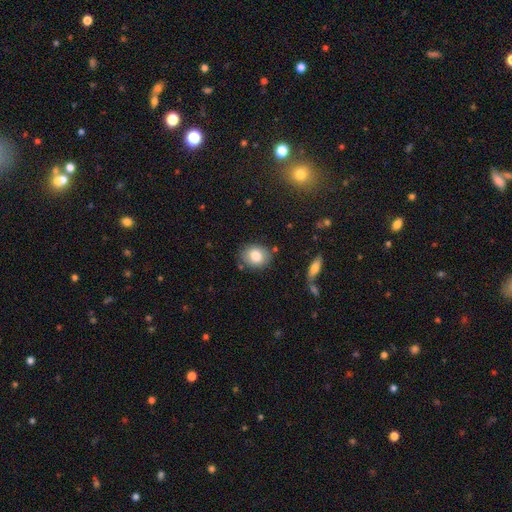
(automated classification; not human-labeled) Smooth or featured?
  - smooth: 82% *
  - featured or disk: 10%
  - star or artifact: 9%
How rounded?
  - round: 58% *
  - in between: 41%
  - cigar-shaped: 1%
Merging?
  - none: 81% *
  - minor disturbance: 13%
  - merger: 3%
  - major disturbance: 3%